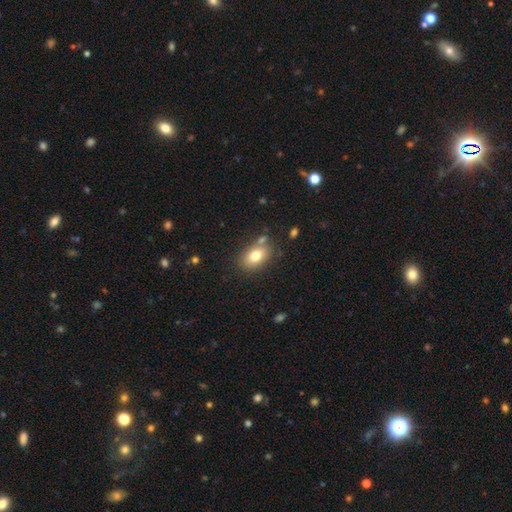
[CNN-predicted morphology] Smooth or featured: smooth — 77% (featured or disk — 14%)
How rounded: in between — 82% (round — 17%)
Merging: none — 72% (minor disturbance — 14%)